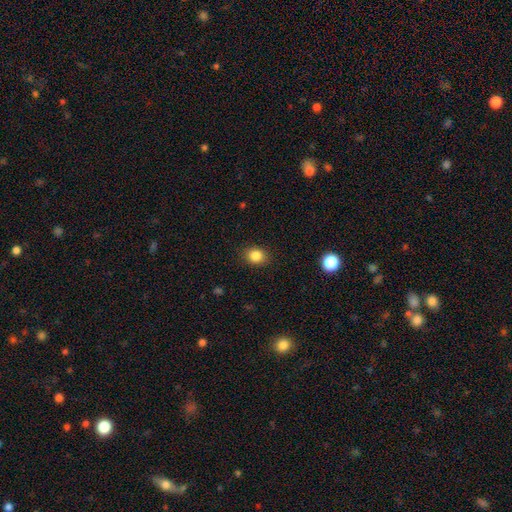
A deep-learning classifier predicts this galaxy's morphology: Smooth or featured? Predicted: smooth (p=0.84). How rounded? Predicted: round (p=0.62). Merging? Predicted: none (p=0.88).